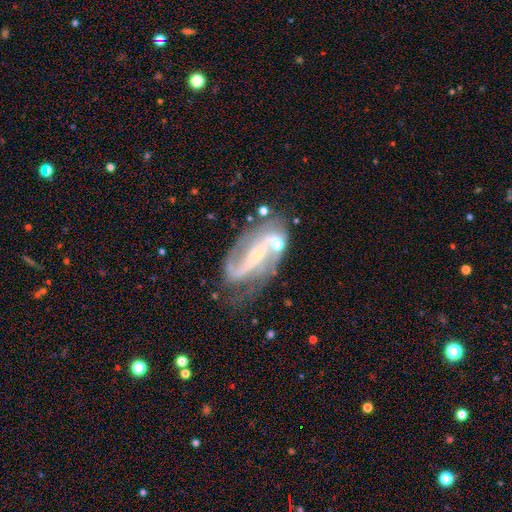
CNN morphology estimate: featured or disk 86%, smooth 7%, star or artifact 7%. Down the decision tree: edge-on disk — no (95%); bar — strong (44%); spiral arms — yes (95%); spiral arm count — 2 (80%); spiral winding — medium (46%); bulge size — small (71%); merging — none (54%).